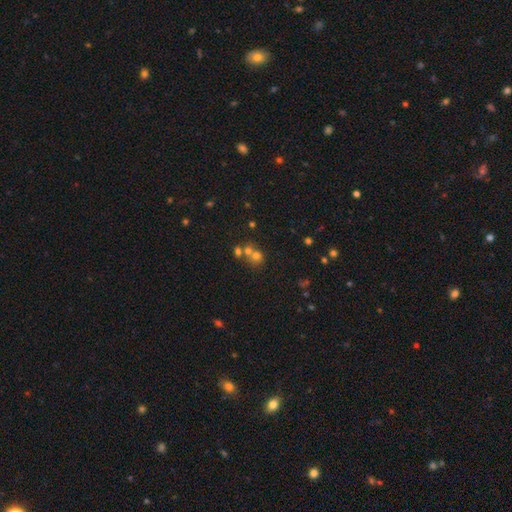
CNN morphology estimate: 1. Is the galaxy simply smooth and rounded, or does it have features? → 61% smooth, 24% star or artifact, 16% featured or disk.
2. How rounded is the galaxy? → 81% round, 18% in between, 1% cigar-shaped.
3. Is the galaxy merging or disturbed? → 45% merger, 44% none, 7% minor disturbance, 4% major disturbance.